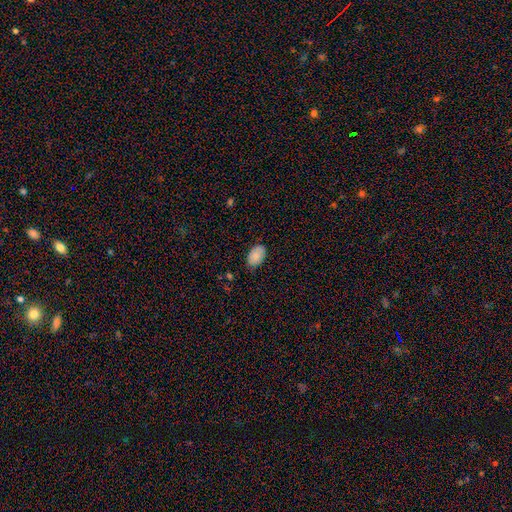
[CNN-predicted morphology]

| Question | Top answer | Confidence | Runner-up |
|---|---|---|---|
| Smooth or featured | smooth | 86% | featured or disk (8%) |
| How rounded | in between | 92% | round (7%) |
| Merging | none | 80% | minor disturbance (16%) |